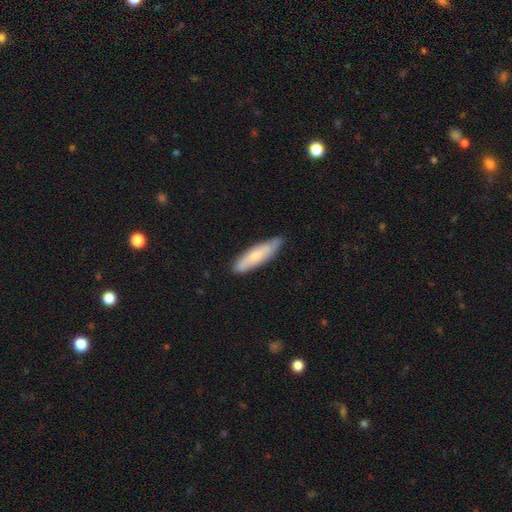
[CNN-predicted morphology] Q: Smooth or featured?
A: smooth (64%); runner-up: featured or disk (31%)
Q: How rounded?
A: cigar-shaped (70%); runner-up: in between (29%)
Q: Merging?
A: none (80%); runner-up: minor disturbance (17%)